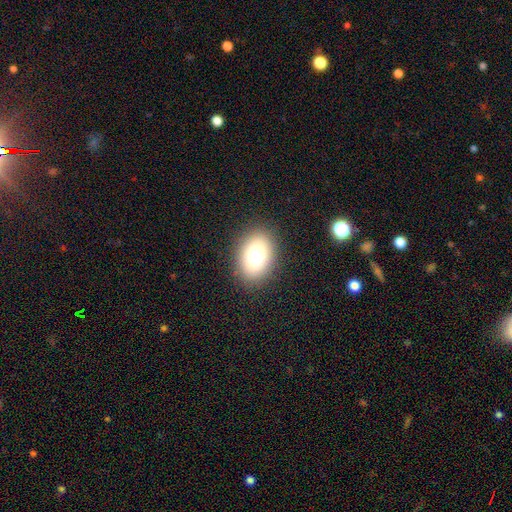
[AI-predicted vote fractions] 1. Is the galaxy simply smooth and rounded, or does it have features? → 75% smooth, 13% star or artifact, 12% featured or disk.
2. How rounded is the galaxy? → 74% in between, 24% round, 1% cigar-shaped.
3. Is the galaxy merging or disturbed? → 86% none, 9% minor disturbance, 4% major disturbance, 1% merger.